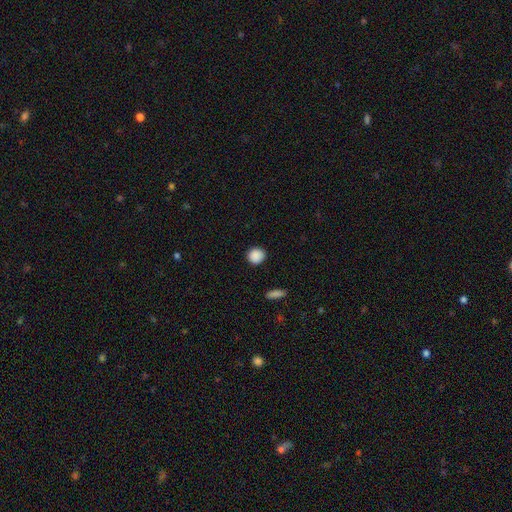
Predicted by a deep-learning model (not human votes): This is clearly a smooth galaxy (89%). How rounded: clearly round (89%). Merging: clearly none (91%).